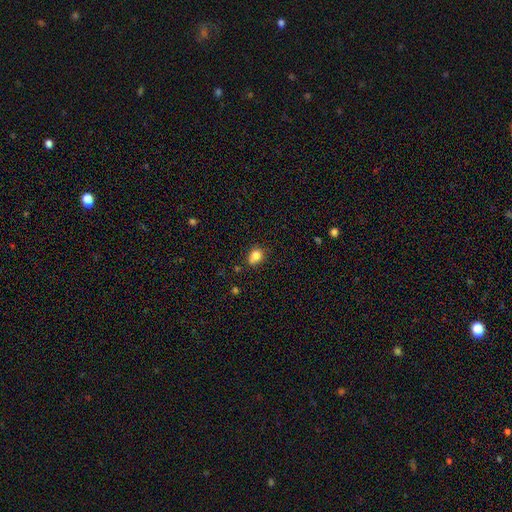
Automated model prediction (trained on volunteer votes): smooth_or_featured: smooth (p=0.81) [alt: star or artifact p=0.11]
how_rounded: round (p=0.51) [alt: in between p=0.48]
merging: none (p=0.58) [alt: minor disturbance p=0.27]